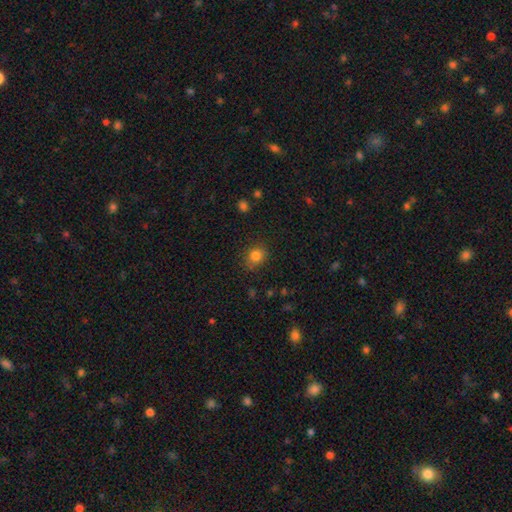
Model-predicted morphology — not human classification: smooth 82%, star or artifact 12%, featured or disk 6%. Down the decision tree: how rounded — round (68%); merging — none (80%).